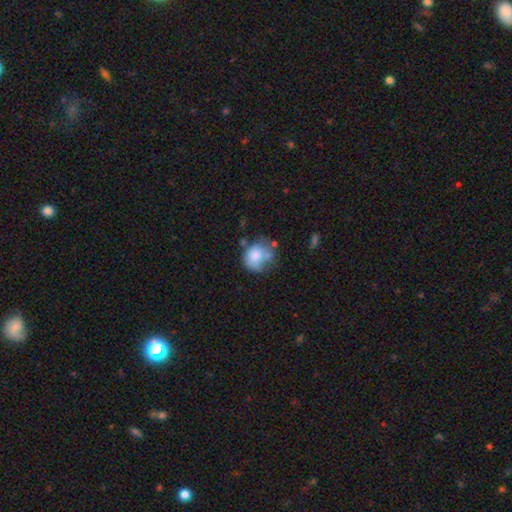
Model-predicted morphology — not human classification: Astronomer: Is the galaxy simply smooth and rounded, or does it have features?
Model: smooth — 71%.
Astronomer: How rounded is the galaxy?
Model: round — 68%.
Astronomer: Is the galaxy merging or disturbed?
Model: none — 38% (runner-up: minor disturbance, 29%).